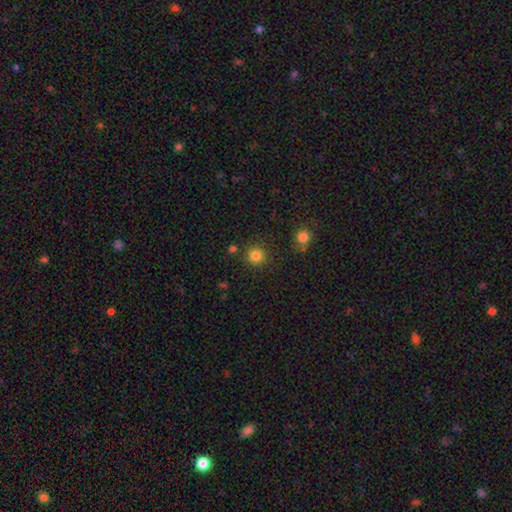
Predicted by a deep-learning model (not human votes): A smooth galaxy with no disk features (83%) that is round (94%).

Vote fractions:
- Smooth or featured? smooth: 83% / star or artifact: 12% / featured or disk: 4%
- How rounded? round: 94% / in between: 5% / cigar-shaped: 1%
- Merging? none: 86% / minor disturbance: 7% / merger: 4% / major disturbance: 3%